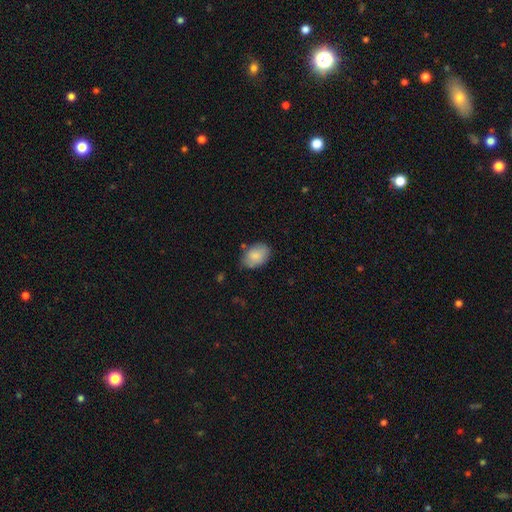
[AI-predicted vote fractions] Smooth or featured? smooth (84%)
How rounded? in between (83%)
Merging? none (72%)